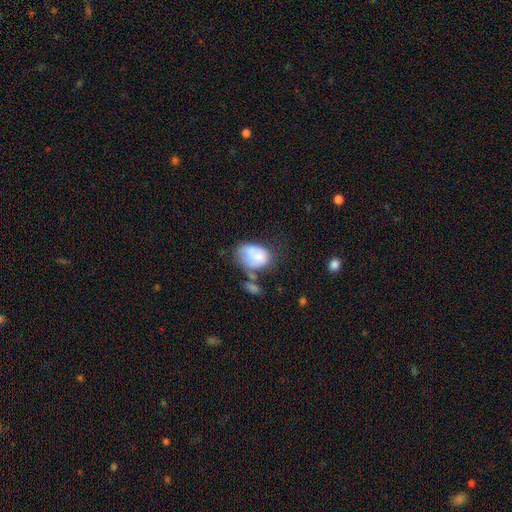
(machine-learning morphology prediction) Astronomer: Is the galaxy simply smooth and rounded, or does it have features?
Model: smooth — 68%.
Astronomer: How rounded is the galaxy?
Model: in between — 83%.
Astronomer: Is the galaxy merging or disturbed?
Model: none — 29% (runner-up: minor disturbance, 28%).